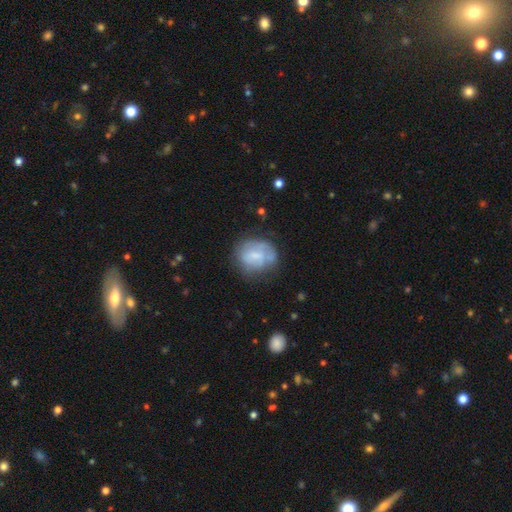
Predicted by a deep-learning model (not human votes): Q: Smooth or featured?
A: smooth (55%); runner-up: featured or disk (37%)
Q: How rounded?
A: round (70%); runner-up: in between (29%)
Q: Merging?
A: none (54%); runner-up: minor disturbance (26%)